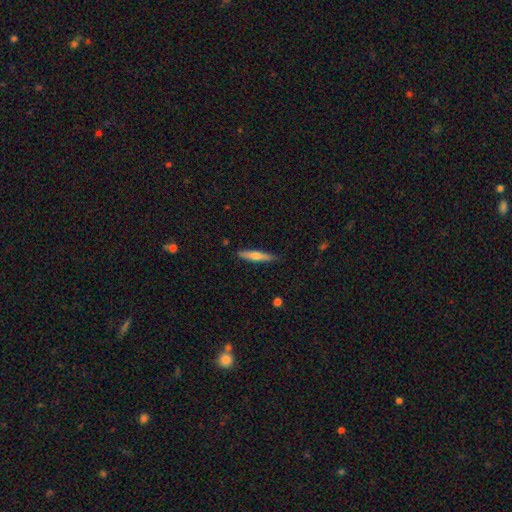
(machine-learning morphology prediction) smooth_or_featured: smooth (p=0.56) [alt: featured or disk p=0.39]
how_rounded: cigar-shaped (p=0.90) [alt: in between p=0.09]
merging: none (p=0.86) [alt: minor disturbance p=0.11]